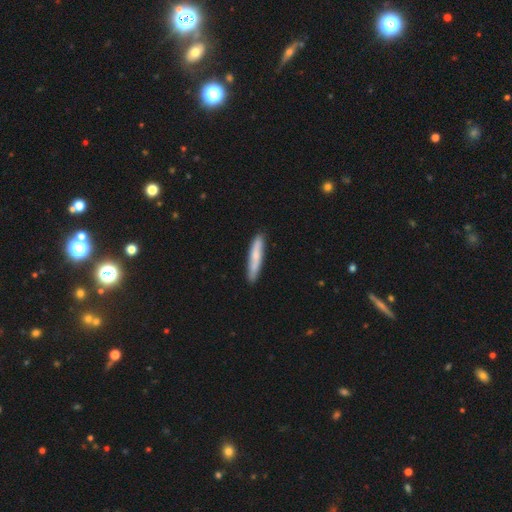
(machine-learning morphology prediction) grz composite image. It shows a smooth galaxy with no disk features (69%) that is cigar-shaped (92%). Merging: none (87%).